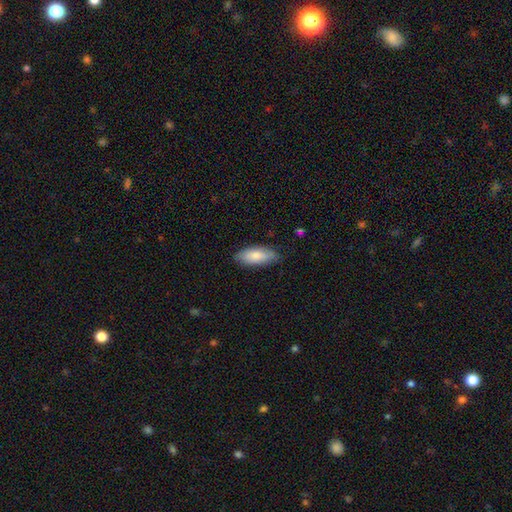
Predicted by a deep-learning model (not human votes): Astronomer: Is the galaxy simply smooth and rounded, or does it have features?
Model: smooth — 81%.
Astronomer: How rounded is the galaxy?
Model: in between — 79%.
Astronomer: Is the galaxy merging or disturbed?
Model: none — 81%.